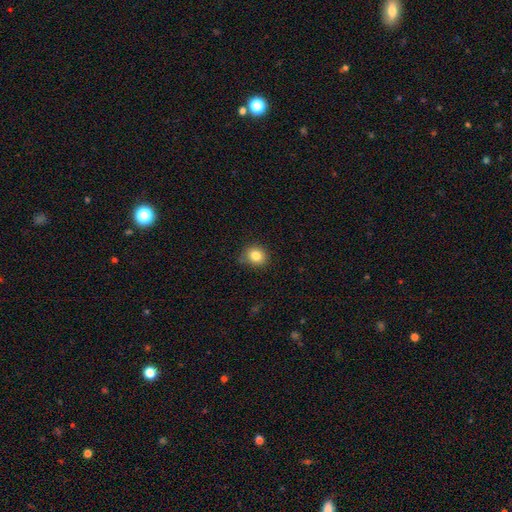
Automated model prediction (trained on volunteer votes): Smooth or featured? Predicted: smooth (p=0.83). How rounded? Predicted: round (p=0.74). Merging? Predicted: none (p=0.80).